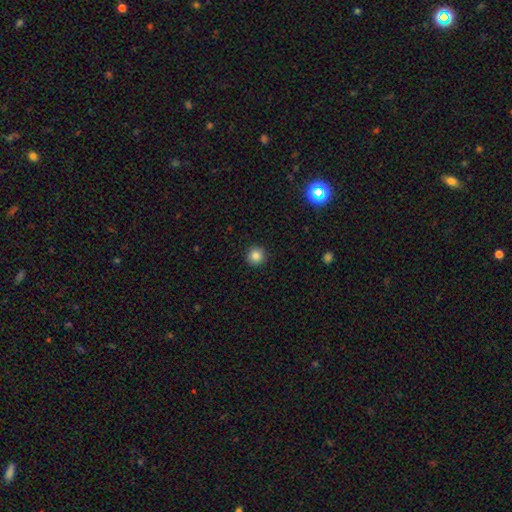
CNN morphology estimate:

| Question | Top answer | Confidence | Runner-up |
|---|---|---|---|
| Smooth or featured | smooth | 84% | star or artifact (11%) |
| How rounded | round | 96% | in between (4%) |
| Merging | none | 93% | minor disturbance (5%) |